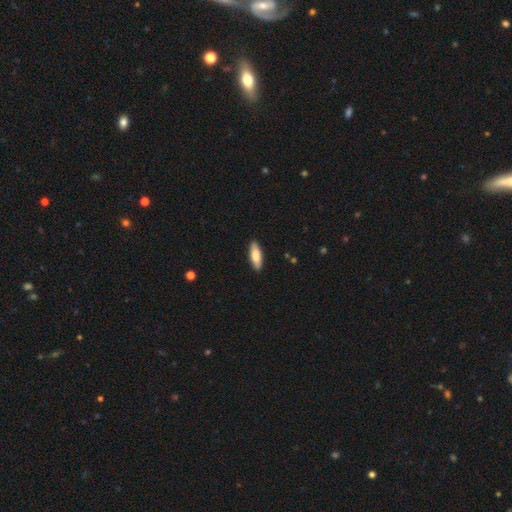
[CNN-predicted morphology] Smooth or featured? Predicted: smooth (p=0.79). How rounded? Predicted: in between (p=0.58). Merging? Predicted: none (p=0.89).